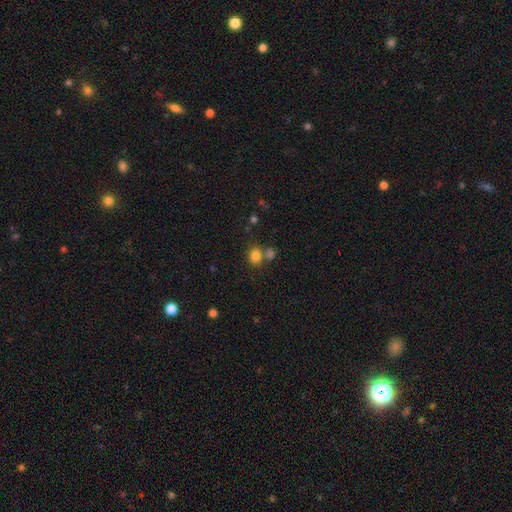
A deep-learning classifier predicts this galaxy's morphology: Smooth or featured: smooth — 81% (star or artifact — 13%)
How rounded: round — 57% (in between — 42%)
Merging: none — 58% (merger — 27%)